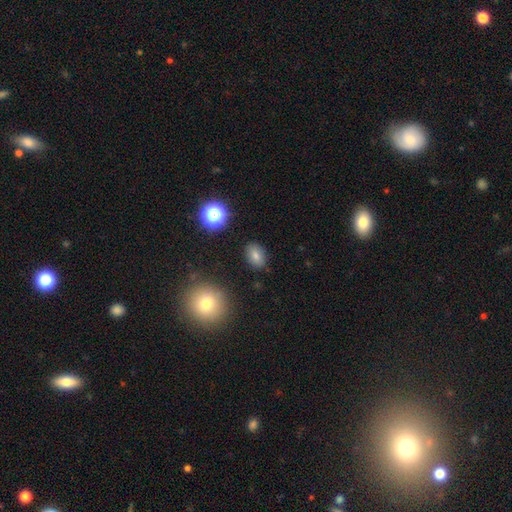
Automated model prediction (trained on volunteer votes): Morphology: type=smooth (77%); roundness=in between (79%); merging=none (86%).